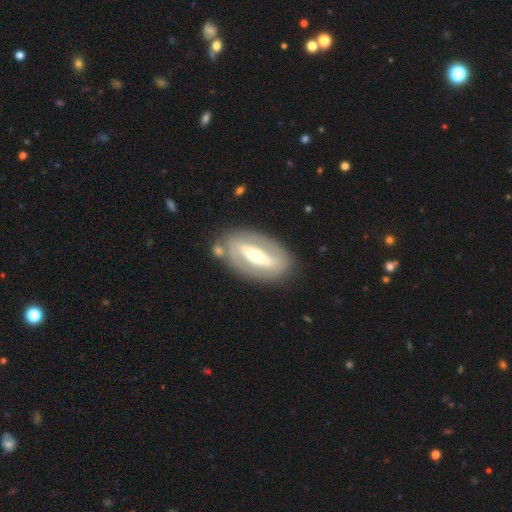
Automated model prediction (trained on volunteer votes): smooth-or-featured: featured or disk: 74% | smooth: 20% | star or artifact: 5%
  disk-edge-on: no: 85% | yes: 15%
    bar: strong: 65% | weak: 22% | no: 13%
    has-spiral-arms: yes: 54% | no: 46%
    bulge-size: moderate: 61% | small: 26% | large: 10% | dominant: 1% | none: 1%
  merging: none: 80% | minor disturbance: 12% | major disturbance: 4% | merger: 3%